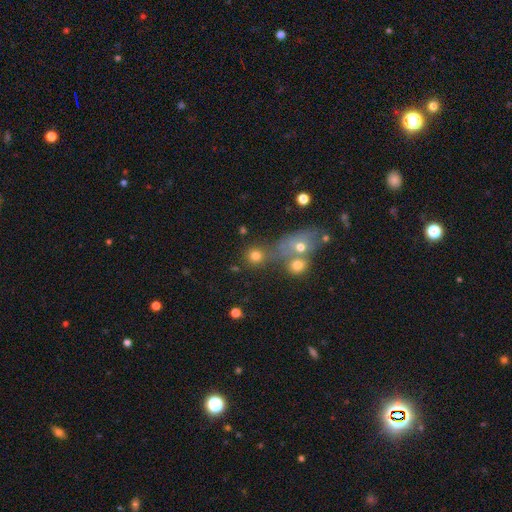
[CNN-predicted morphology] Overall: smooth (76%). How rounded: round (87%). Merging: none (60%; merger 26%).